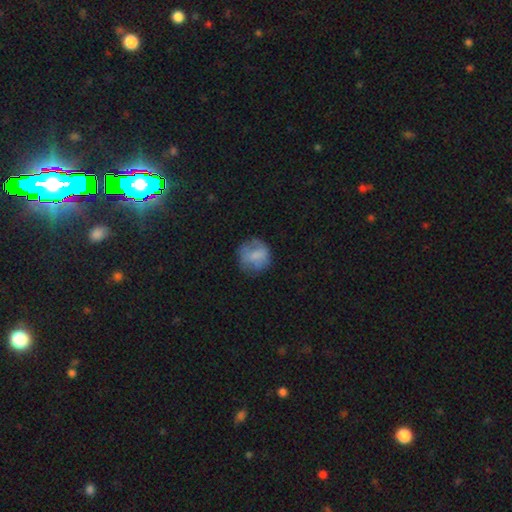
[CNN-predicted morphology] smooth 69%, featured or disk 23%, star or artifact 9%. Down the decision tree: how rounded — round (84%); merging — none (66%).